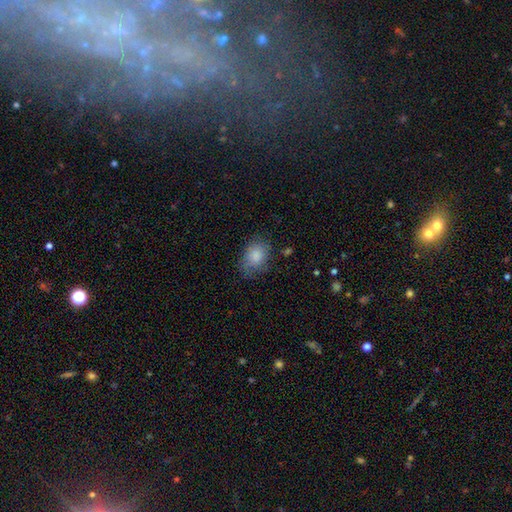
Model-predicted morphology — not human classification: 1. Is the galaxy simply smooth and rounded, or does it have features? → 83% smooth, 10% featured or disk, 7% star or artifact.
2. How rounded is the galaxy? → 76% in between, 23% round, 1% cigar-shaped.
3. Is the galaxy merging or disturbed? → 63% none, 26% minor disturbance, 9% major disturbance, 2% merger.